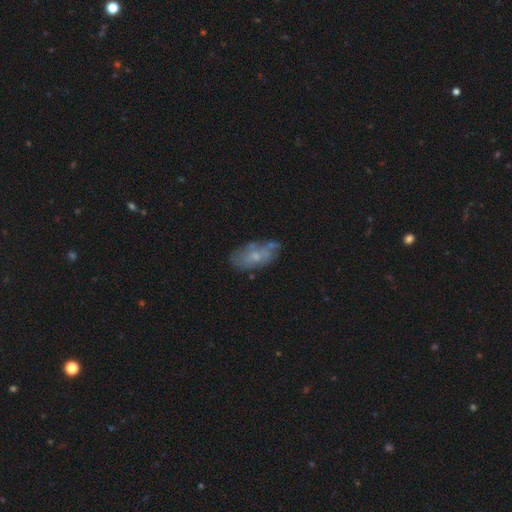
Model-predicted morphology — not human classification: Smooth or featured: smooth — 49% (featured or disk — 43%)
Merging: none — 56% (minor disturbance — 27%)